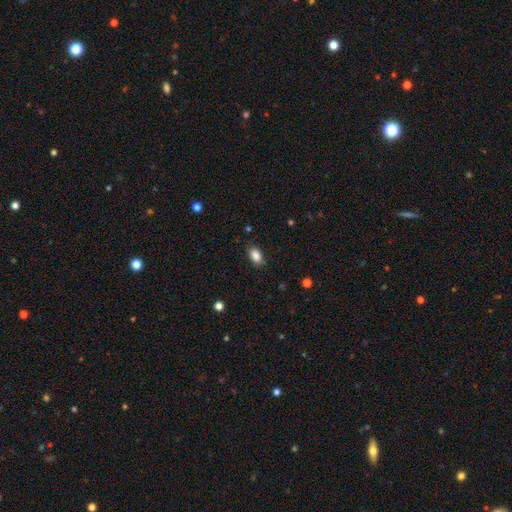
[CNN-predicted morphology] type=smooth (87%); roundness=in between (90%); merging=none (83%).